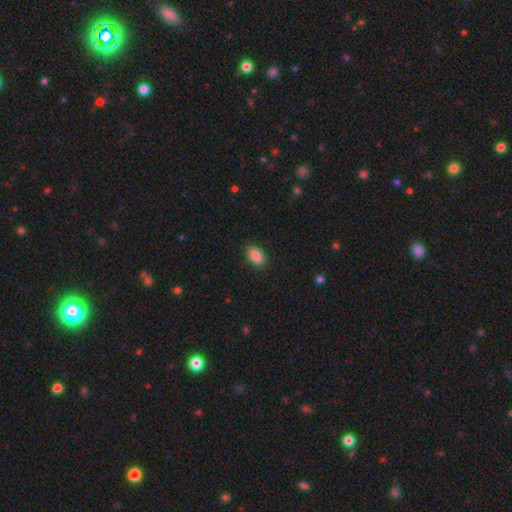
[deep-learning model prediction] Smooth or featured: smooth — 88% (star or artifact — 7%)
How rounded: in between — 92% (round — 5%)
Merging: none — 88% (minor disturbance — 8%)